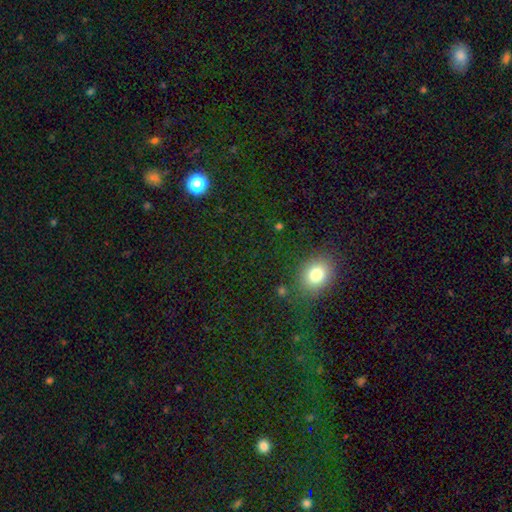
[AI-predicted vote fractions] A smooth galaxy with no disk features (66%) that is round (66%).

Vote fractions:
- Smooth or featured? smooth: 66% / star or artifact: 27% / featured or disk: 7%
- How rounded? round: 66% / in between: 32% / cigar-shaped: 2%
- Merging? none: 81% / minor disturbance: 10% / major disturbance: 6% / merger: 4%